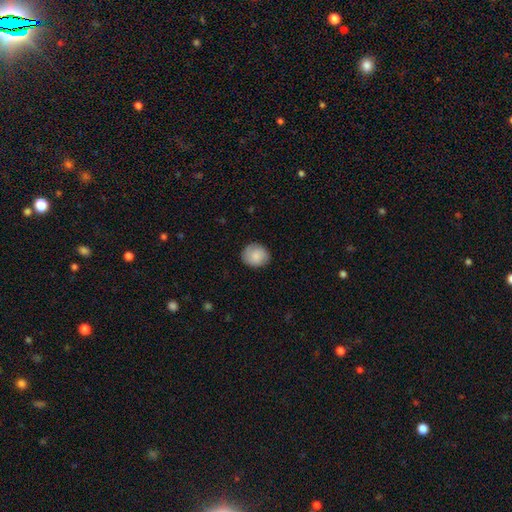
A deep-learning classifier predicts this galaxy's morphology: The model was most divided on "how rounded": round: 78%, in between: 21%, cigar-shaped: 1%. More confident: merging — none (85%); smooth or featured — smooth (85%).